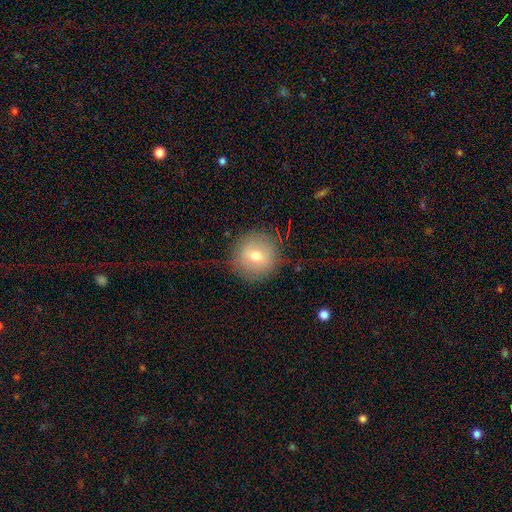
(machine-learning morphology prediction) This appears to be a smooth galaxy with no disk features (71%) that is round (93%). Merging: none (83%).